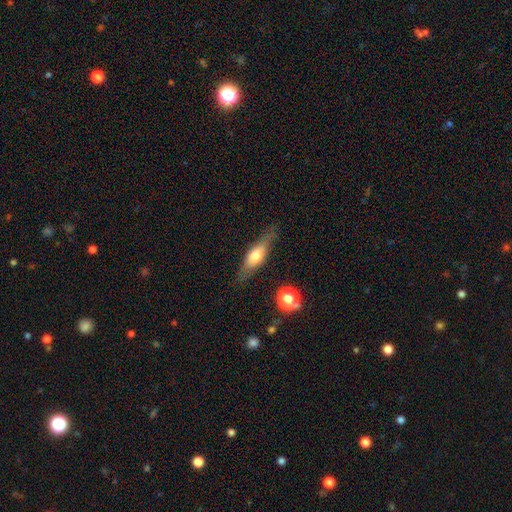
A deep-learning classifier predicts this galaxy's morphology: Smooth or featured: smooth — 50% (featured or disk — 43%)
How rounded: cigar-shaped — 54% (in between — 42%)
Merging: none — 78% (minor disturbance — 15%)